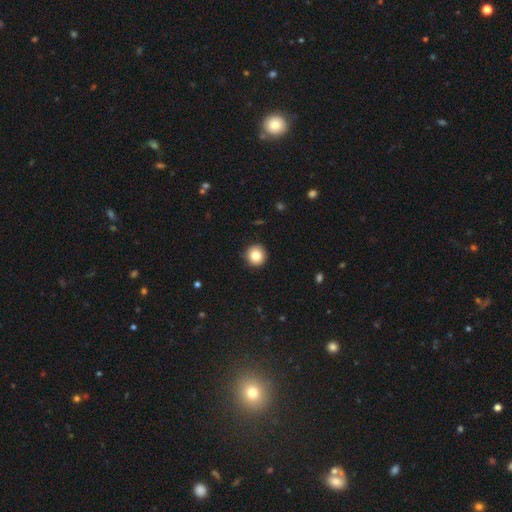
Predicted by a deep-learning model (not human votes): The model was most divided on "smooth or featured": smooth: 83%, star or artifact: 10%, featured or disk: 7%. More confident: how rounded — round (95%); merging — none (92%).